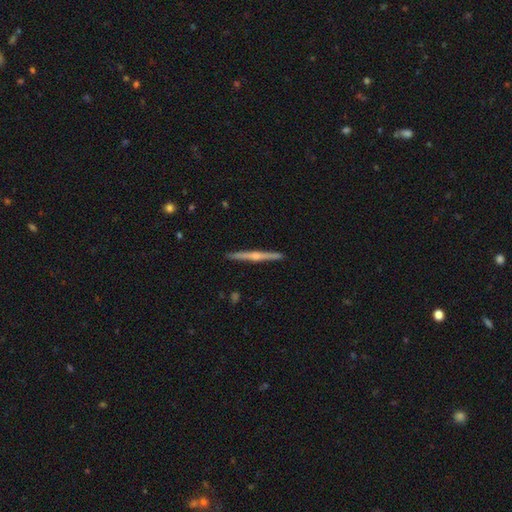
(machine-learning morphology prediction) smooth_or_featured: featured or disk (p=0.68) [alt: smooth p=0.23]
disk_edge_on: yes (p=0.97) [alt: no p=0.03]
edge_on_bulge: rounded (p=0.70) [alt: none p=0.22]
merging: none (p=0.90) [alt: minor disturbance p=0.07]